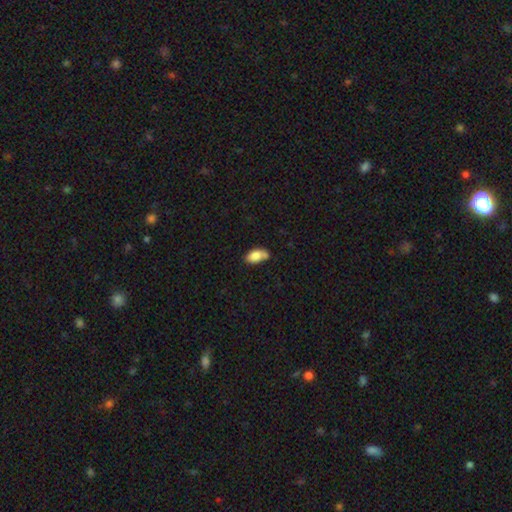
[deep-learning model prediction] Overall: smooth (80%). How rounded: in between (93%). Merging: none (57%; minor disturbance 27%).